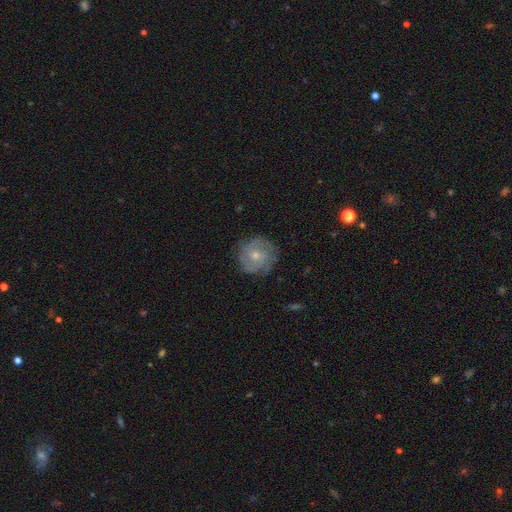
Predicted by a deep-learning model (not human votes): Smooth or featured: featured or disk — 71% (smooth — 22%)
Edge-on disk: no — 98% (yes — 2%)
Bar: no — 73% (weak — 23%)
Spiral arms: yes — 90% (no — 10%)
Spiral winding: tight — 58% (medium — 33%)
Spiral arm count: can't tell — 31% (3 — 25%)
Bulge size: small — 52% (moderate — 44%)
Merging: none — 79% (minor disturbance — 15%)